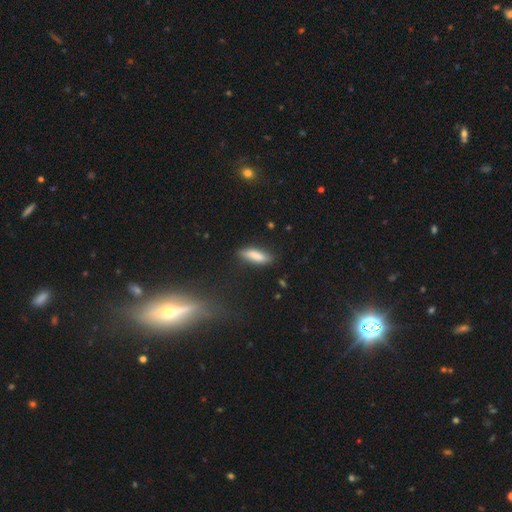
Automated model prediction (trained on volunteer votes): Q: Smooth or featured?
A: smooth (83%); runner-up: featured or disk (10%)
Q: How rounded?
A: cigar-shaped (56%); runner-up: in between (43%)
Q: Merging?
A: none (81%); runner-up: minor disturbance (14%)